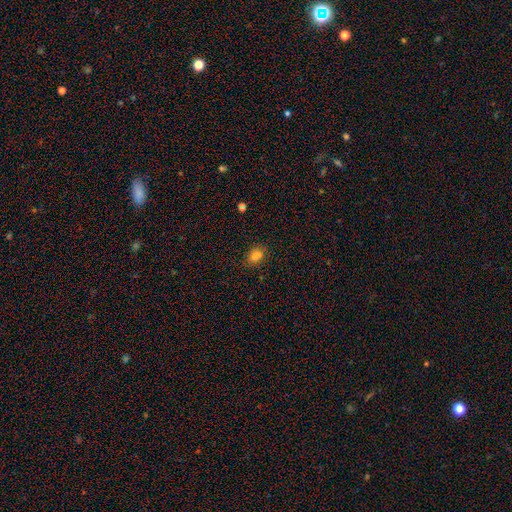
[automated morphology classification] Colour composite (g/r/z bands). It shows a smooth galaxy with no disk features (80%) that is in between round and cigar-shaped (63%). Merging: none (78%).